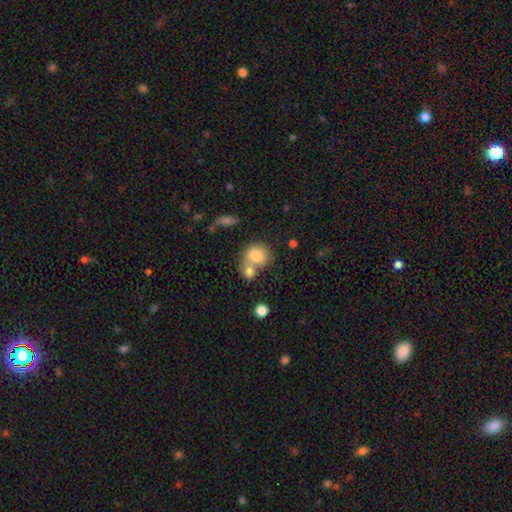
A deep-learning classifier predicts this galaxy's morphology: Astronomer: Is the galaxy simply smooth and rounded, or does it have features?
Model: smooth — 80%.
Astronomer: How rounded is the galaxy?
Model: round — 67%.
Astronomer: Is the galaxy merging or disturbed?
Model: merger — 55% (runner-up: none, 32%).